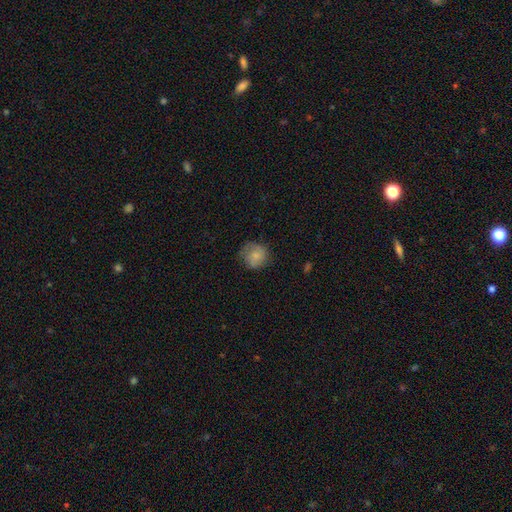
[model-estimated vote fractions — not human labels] smooth-or-featured: smooth: 72% | featured or disk: 20% | star or artifact: 8%
  how-rounded: round: 86% | in between: 13% | cigar-shaped: 1%
  merging: none: 66% | minor disturbance: 24% | major disturbance: 9% | merger: 1%